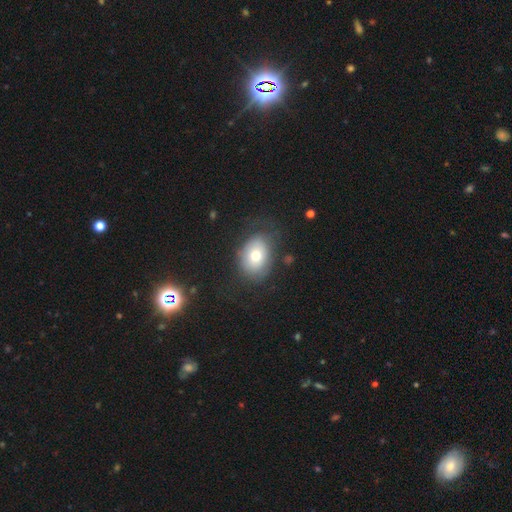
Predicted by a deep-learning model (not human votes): A smooth galaxy with no disk features (69%) that is in between round and cigar-shaped (64%). Merging: none (65%).